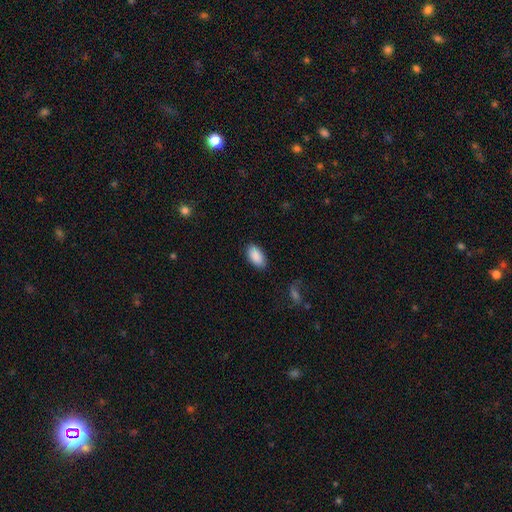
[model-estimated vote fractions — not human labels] Morphology: type=smooth (90%); roundness=in between (94%); merging=none (85%).